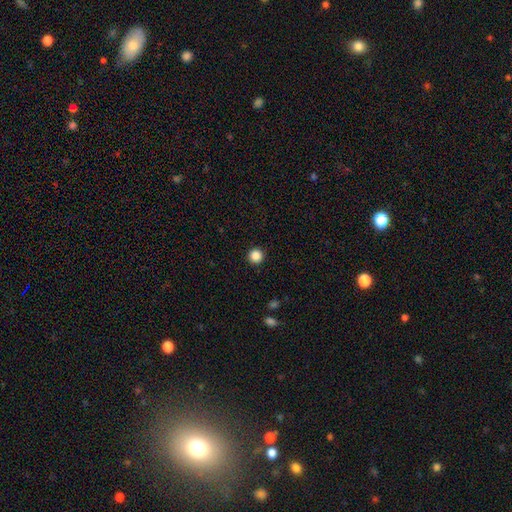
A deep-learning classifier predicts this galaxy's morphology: This is clearly a smooth galaxy (86%). How rounded: clearly round (96%). Merging: clearly none (93%).